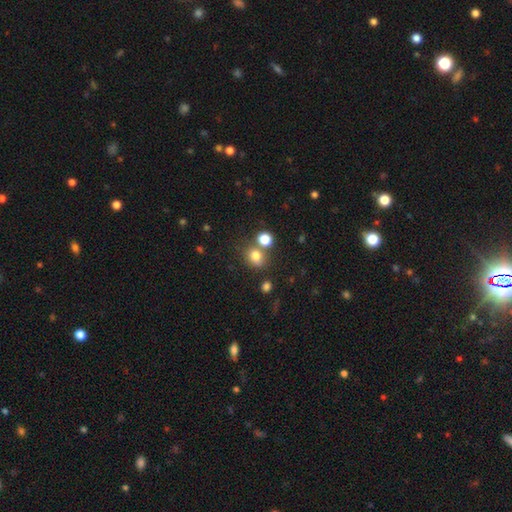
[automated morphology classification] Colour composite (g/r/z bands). It shows a smooth galaxy with no disk features (77%) that is round (60%). Merging: none (60%).